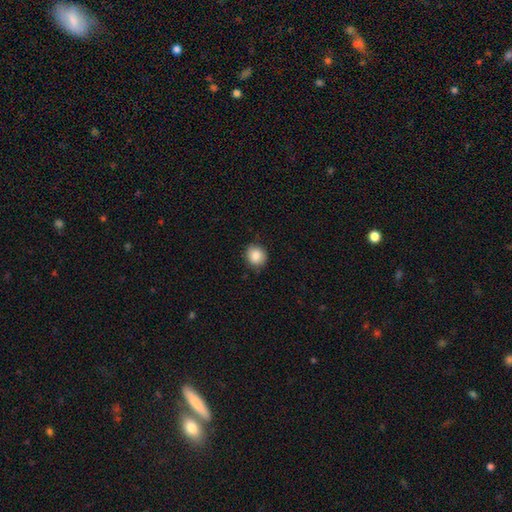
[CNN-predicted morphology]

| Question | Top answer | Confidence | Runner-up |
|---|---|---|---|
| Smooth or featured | smooth | 86% | star or artifact (9%) |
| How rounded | round | 83% | in between (16%) |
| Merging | none | 85% | minor disturbance (12%) |